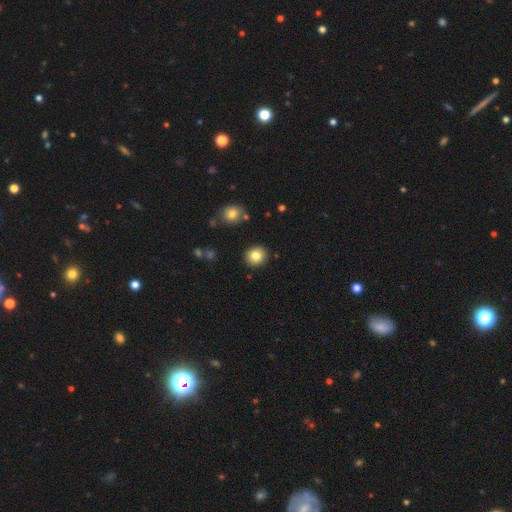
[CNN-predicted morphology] Smooth or featured?
  - smooth: 82% *
  - star or artifact: 10%
  - featured or disk: 8%
How rounded?
  - round: 88% *
  - in between: 11%
  - cigar-shaped: 1%
Merging?
  - none: 90% *
  - minor disturbance: 6%
  - merger: 2%
  - major disturbance: 2%